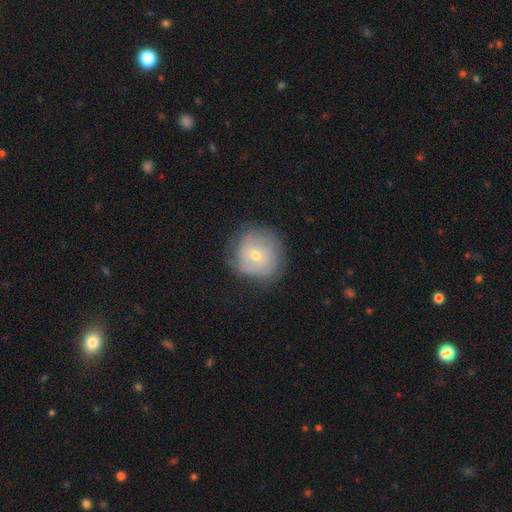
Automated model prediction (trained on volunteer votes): A featured or disk galaxy (51%).

Vote fractions:
- Smooth or featured? featured or disk: 51% / smooth: 41% / star or artifact: 9%
- Edge-on disk? no: 96% / yes: 4%
- Merging? none: 71% / minor disturbance: 20% / major disturbance: 8% / merger: 1%